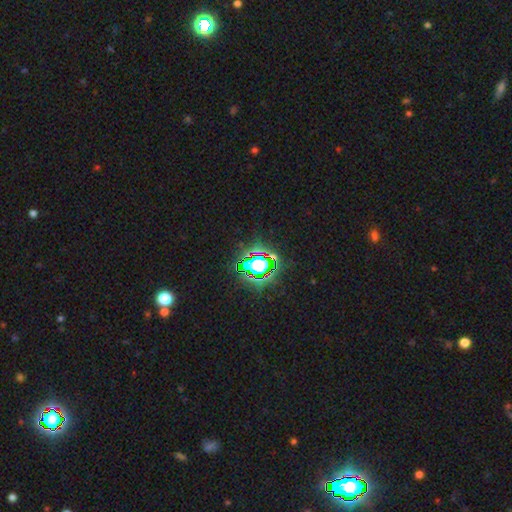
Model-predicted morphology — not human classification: Smooth or featured? star or artifact (81%)